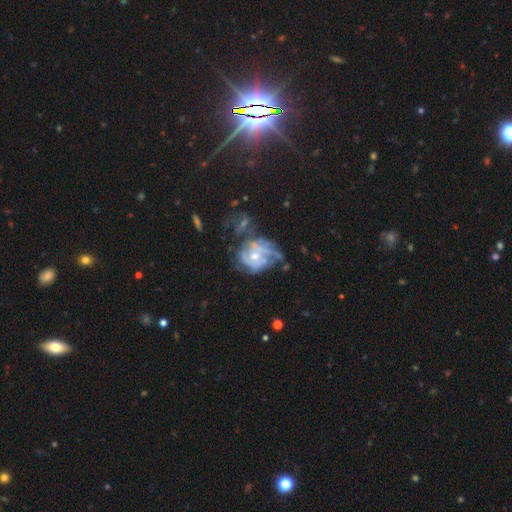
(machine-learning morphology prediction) A featured or disk galaxy (77%) with no bar (78%), tight (49%) spiral arms (77%) and a small central bulge (54%).

Vote fractions:
- Smooth or featured? featured or disk: 77% / smooth: 15% / star or artifact: 8%
- Edge-on disk? no: 98% / yes: 2%
- Bar? no: 78% / weak: 19% / strong: 3%
- Spiral arms? yes: 77% / no: 23%
- Spiral winding? tight: 49% / medium: 34% / loose: 17%
- Spiral arm count? can't tell: 44% / 3: 18% / 2: 18% / 4: 8% / 1: 7% / more than 4: 5%
- Bulge size? small: 54% / moderate: 40% / none: 3% / large: 2% / dominant: 1%
- Merging? none: 33% / major disturbance: 31% / minor disturbance: 21% / merger: 15%